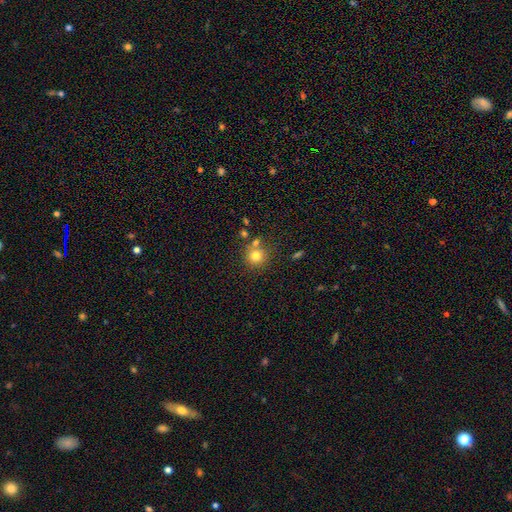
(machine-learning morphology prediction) A smooth galaxy with no disk features (78%) that is round (92%).

Vote fractions:
- Smooth or featured? smooth: 78% / star or artifact: 13% / featured or disk: 9%
- How rounded? round: 92% / in between: 7% / cigar-shaped: 1%
- Merging? none: 68% / merger: 19% / minor disturbance: 10% / major disturbance: 3%